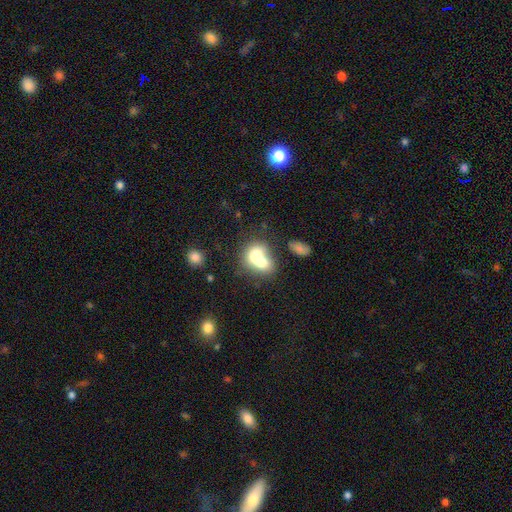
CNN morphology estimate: This is likely a smooth galaxy (67%). How rounded: possibly round (50%). Merging: likely merger (73%).